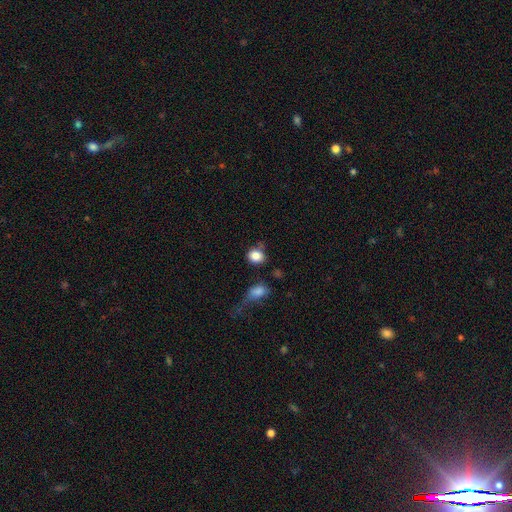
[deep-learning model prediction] Smooth or featured? Predicted: smooth (p=0.84). How rounded? Predicted: round (p=0.65). Merging? Predicted: none (p=0.61).